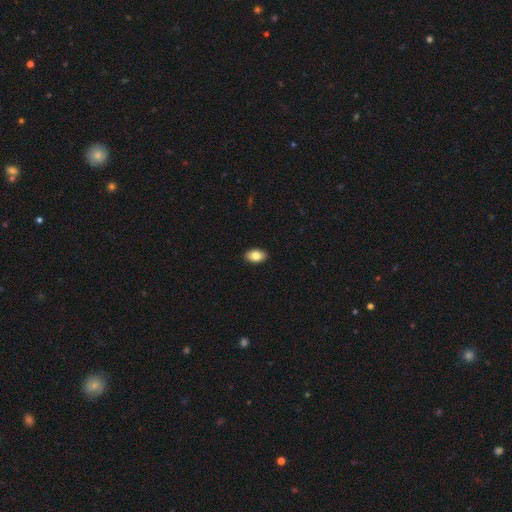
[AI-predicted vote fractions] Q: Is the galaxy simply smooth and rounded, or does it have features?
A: smooth — 83%.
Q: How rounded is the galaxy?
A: in between — 91%.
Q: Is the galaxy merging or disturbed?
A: none — 90%.